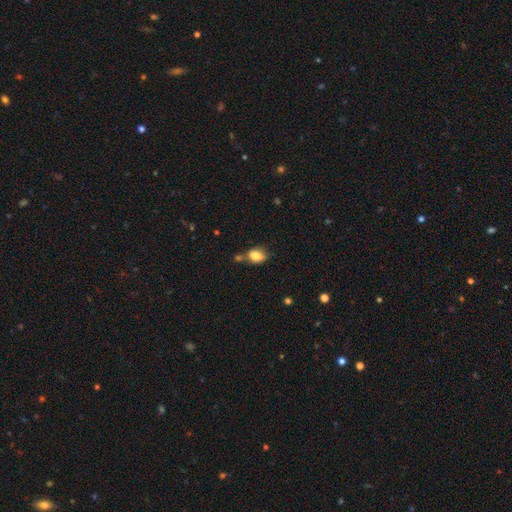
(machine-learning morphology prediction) A smooth galaxy with no disk features (78%) that is in between round and cigar-shaped (75%).

Vote fractions:
- Smooth or featured? smooth: 78% / featured or disk: 13% / star or artifact: 9%
- How rounded? in between: 75% / round: 23% / cigar-shaped: 2%
- Merging? none: 50% / minor disturbance: 24% / merger: 18% / major disturbance: 8%